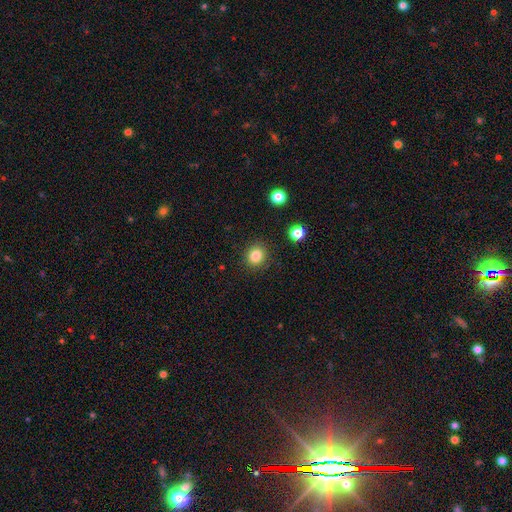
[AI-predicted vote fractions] The model was most divided on "how rounded": round: 82%, in between: 18%, cigar-shaped: 1%. More confident: merging — none (89%); smooth or featured — smooth (84%).